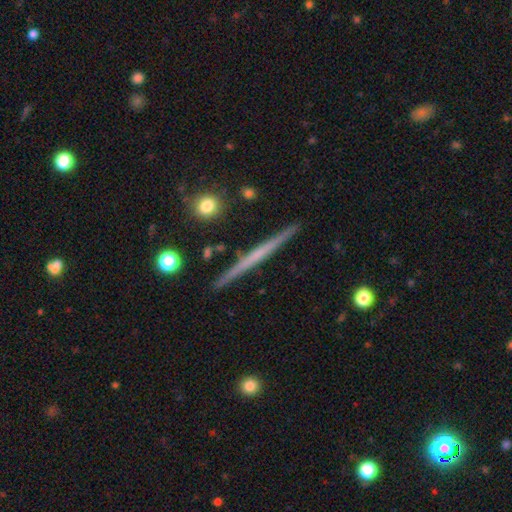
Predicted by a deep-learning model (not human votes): This is likely a featured or disk galaxy (62%). It is clearly viewed edge-on (98%). Edge-on bulge: clearly none (86%). Merging: clearly none (91%).